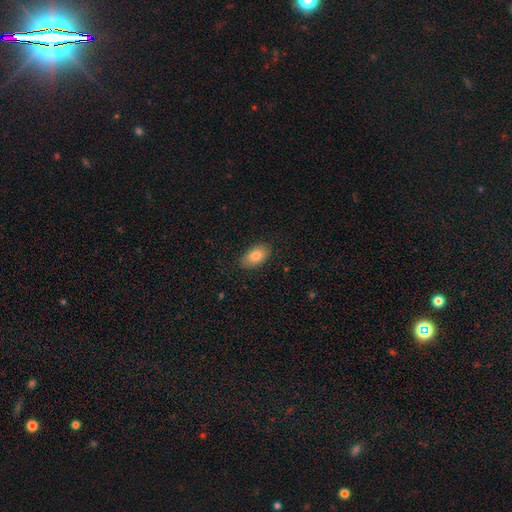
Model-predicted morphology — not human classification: This appears to be a smooth galaxy with no disk features (84%) that is in between round and cigar-shaped (93%). Merging: none (85%).